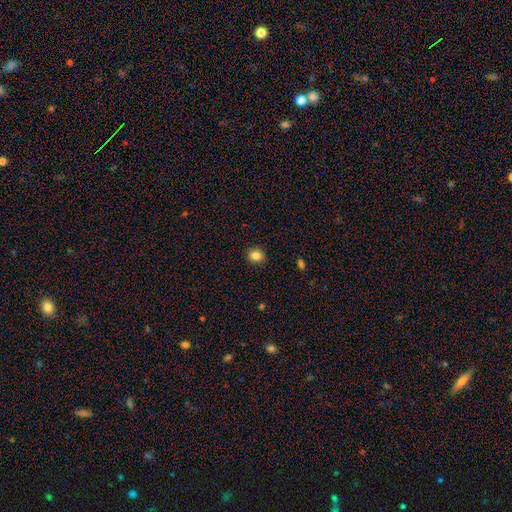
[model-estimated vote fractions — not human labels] smooth-or-featured: smooth: 84% | star or artifact: 11% | featured or disk: 5%
  how-rounded: round: 71% | in between: 28% | cigar-shaped: 1%
  merging: none: 90% | minor disturbance: 7% | major disturbance: 2% | merger: 1%